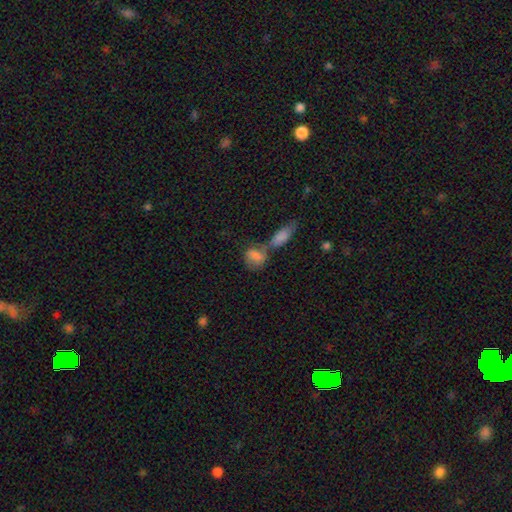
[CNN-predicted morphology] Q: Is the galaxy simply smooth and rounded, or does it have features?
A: smooth — 76%.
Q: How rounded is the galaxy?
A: in between — 67%.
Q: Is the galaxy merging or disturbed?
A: merger — 49%.